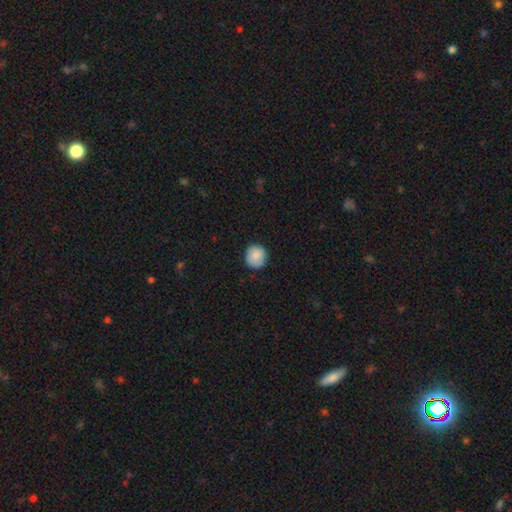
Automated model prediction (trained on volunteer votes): A smooth galaxy with no disk features (83%) that is round (89%). Merging: none (85%).